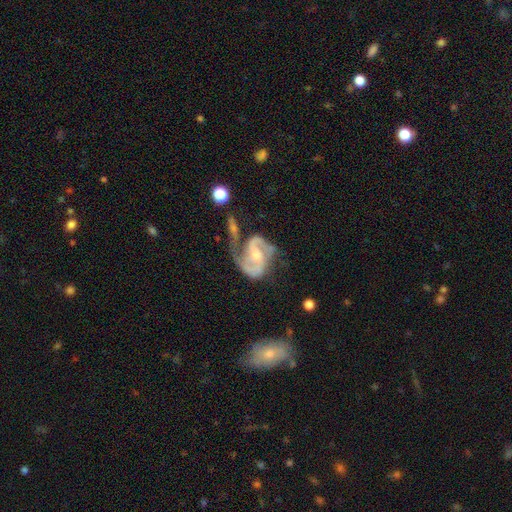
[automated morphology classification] Smooth or featured?
  - featured or disk: 90% *
  - smooth: 5%
  - star or artifact: 5%
Edge-on disk?
  - no: 98% *
  - yes: 2%
Bar?
  - weak: 43% *
  - no: 41%
  - strong: 16%
Spiral arms?
  - yes: 97% *
  - no: 3%
Spiral winding?
  - medium: 55% *
  - tight: 23%
  - loose: 21%
Spiral arm count?
  - 2: 85% *
  - 1: 4%
  - can't tell: 4%
  - 3: 4%
  - 4: 1%
  - more than 4: 1%
Bulge size?
  - small: 46% *
  - moderate: 45%
  - none: 5%
  - large: 3%
  - dominant: 1%
Merging?
  - none: 41% *
  - major disturbance: 24%
  - minor disturbance: 23%
  - merger: 12%